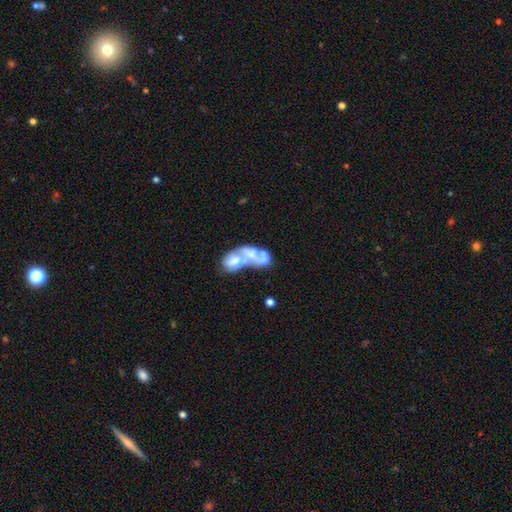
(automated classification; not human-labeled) smooth-or-featured: featured or disk: 55% | smooth: 35% | star or artifact: 10%
  disk-edge-on: no: 97% | yes: 3%
    bar: no: 89% | weak: 8% | strong: 3%
    has-spiral-arms: no: 90% | yes: 10%
    bulge-size: none: 50% | moderate: 25% | small: 14% | large: 8% | dominant: 2%
  merging: merger: 68% | major disturbance: 14% | none: 10% | minor disturbance: 7%